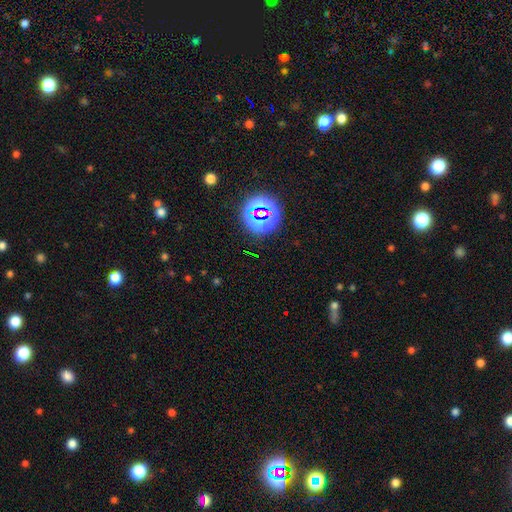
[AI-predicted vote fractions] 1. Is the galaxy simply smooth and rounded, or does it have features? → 74% star or artifact, 18% smooth, 8% featured or disk.